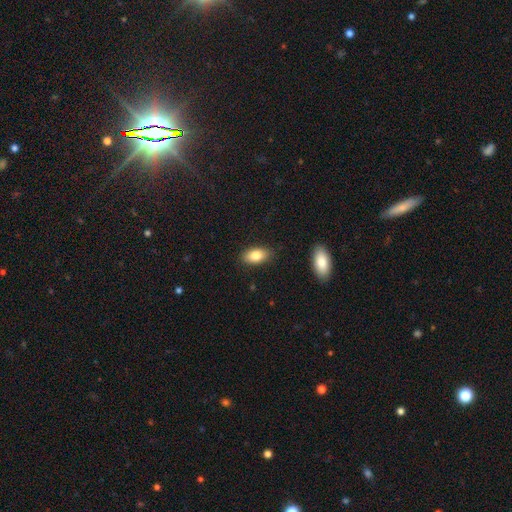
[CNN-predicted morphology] A smooth galaxy with no disk features (83%) that is in between round and cigar-shaped (92%).

Vote fractions:
- Smooth or featured? smooth: 83% / featured or disk: 10% / star or artifact: 7%
- How rounded? in between: 92% / round: 5% / cigar-shaped: 4%
- Merging? none: 86% / minor disturbance: 10% / major disturbance: 2% / merger: 2%